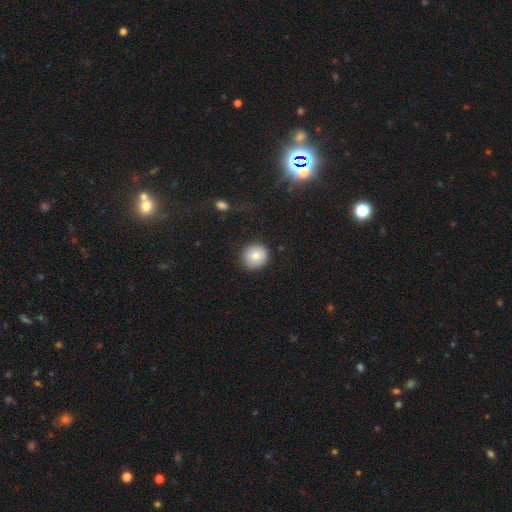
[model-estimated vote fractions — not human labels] smooth_or_featured: smooth (p=0.75) [alt: featured or disk p=0.15]
how_rounded: round (p=0.93) [alt: in between p=0.06]
merging: none (p=0.88) [alt: minor disturbance p=0.08]